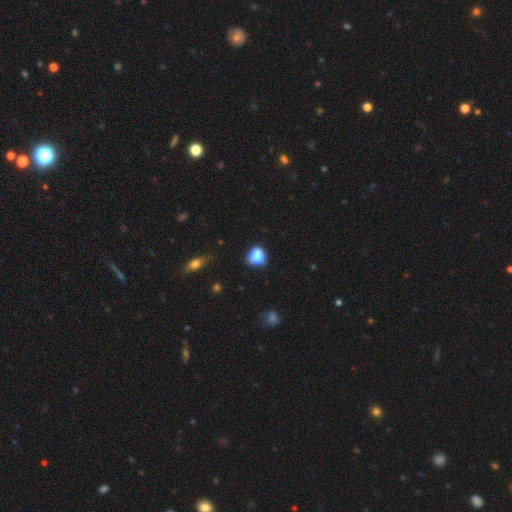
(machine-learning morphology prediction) smooth 82%, star or artifact 10%, featured or disk 8%. Down the decision tree: how rounded — round (50%); merging — none (56%).